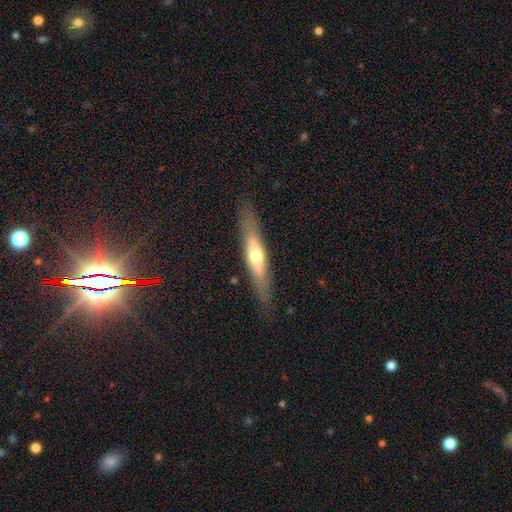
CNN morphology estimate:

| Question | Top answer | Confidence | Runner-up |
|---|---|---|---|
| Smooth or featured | featured or disk | 49% | smooth (45%) |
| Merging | none | 83% | minor disturbance (12%) |